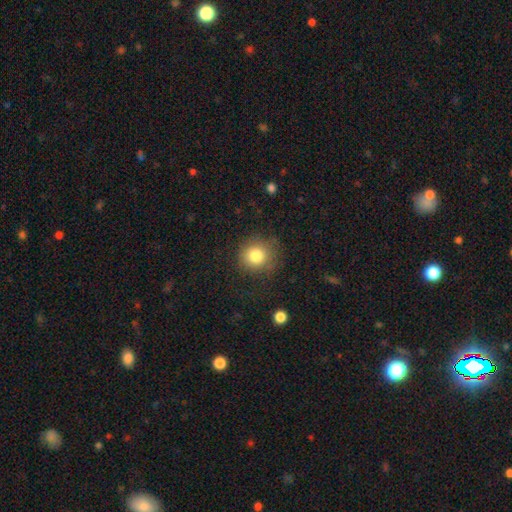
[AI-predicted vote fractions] Overall: smooth (81%). How rounded: round (90%). Merging: none (80%).